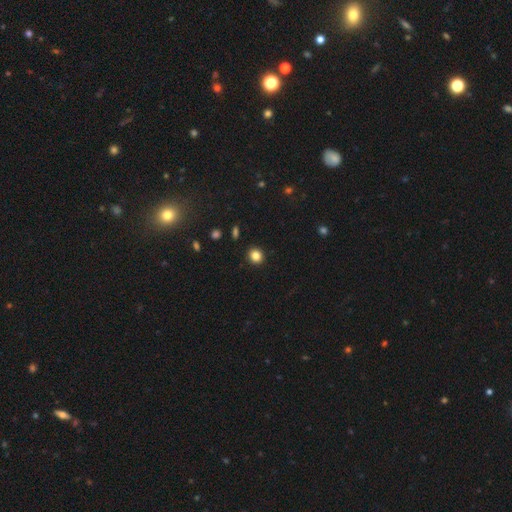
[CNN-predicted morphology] smooth_or_featured: smooth (p=0.84) [alt: star or artifact p=0.11]
how_rounded: round (p=0.84) [alt: in between p=0.15]
merging: none (p=0.92) [alt: minor disturbance p=0.05]